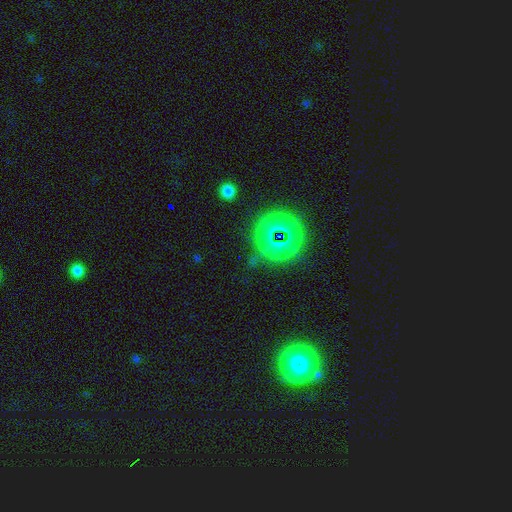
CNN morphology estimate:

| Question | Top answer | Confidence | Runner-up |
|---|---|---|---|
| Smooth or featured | star or artifact | 66% | smooth (24%) |